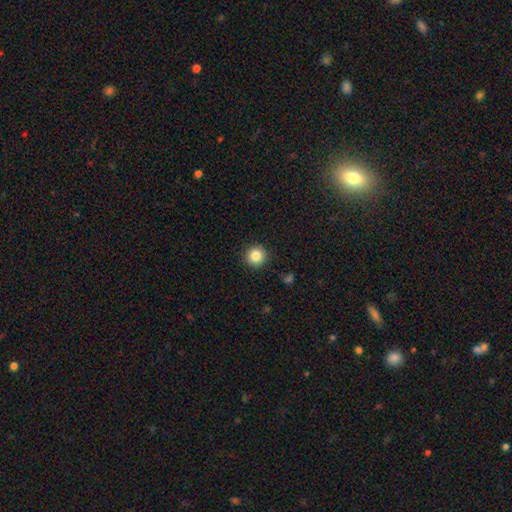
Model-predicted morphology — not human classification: A smooth galaxy with no disk features (85%) that is round (95%).

Vote fractions:
- Smooth or featured? smooth: 85% / star or artifact: 10% / featured or disk: 5%
- How rounded? round: 95% / in between: 4% / cigar-shaped: 1%
- Merging? none: 92% / minor disturbance: 6% / major disturbance: 2% / merger: 1%